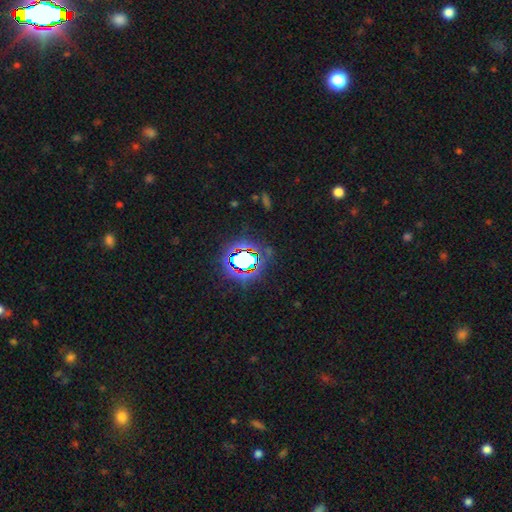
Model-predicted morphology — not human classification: This is clearly a star or artifact rather than a galaxy (80%).